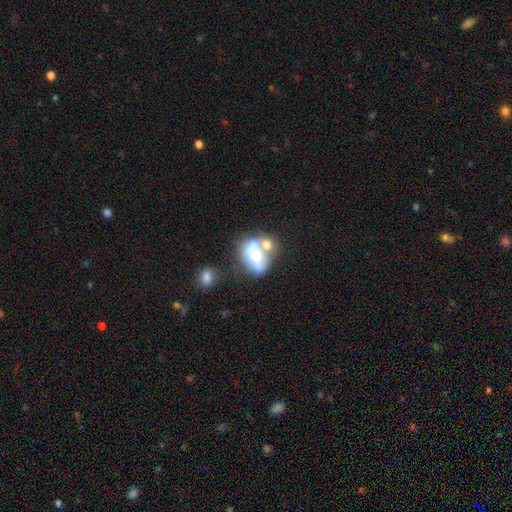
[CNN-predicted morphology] type=featured or disk (47%); merging=merger (48%).